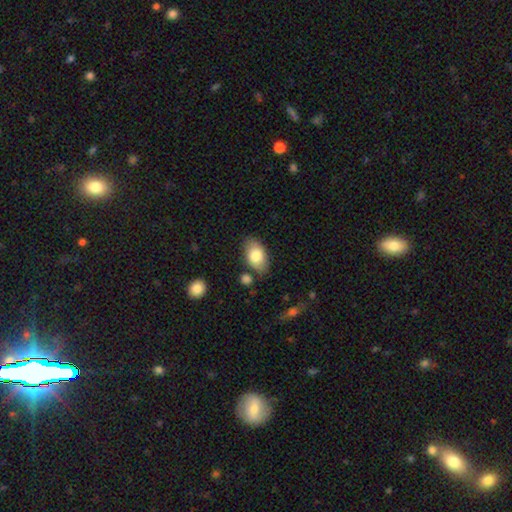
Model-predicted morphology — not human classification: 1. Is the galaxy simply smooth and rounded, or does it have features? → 80% smooth, 14% featured or disk, 6% star or artifact.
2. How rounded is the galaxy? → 92% in between, 7% round, 1% cigar-shaped.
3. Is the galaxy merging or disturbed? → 77% none, 15% minor disturbance, 5% merger, 3% major disturbance.